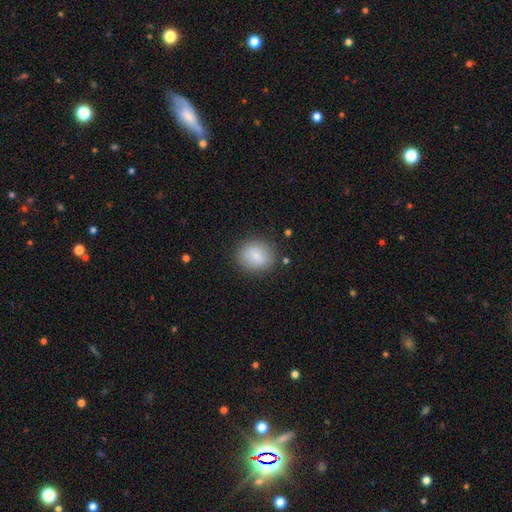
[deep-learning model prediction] Smooth or featured? smooth (82%)
How rounded? round (70%)
Merging? none (83%)